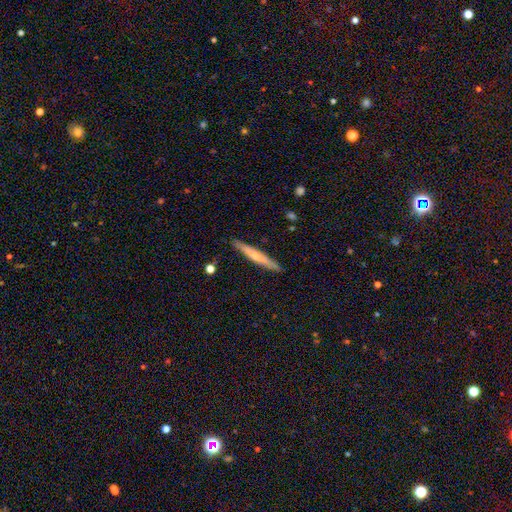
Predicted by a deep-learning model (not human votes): Smooth or featured? smooth (49%)
Merging? none (89%)